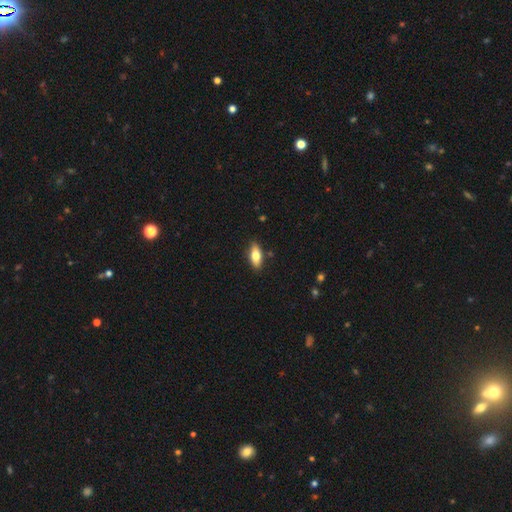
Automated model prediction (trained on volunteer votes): Smooth or featured?
  - smooth: 70% *
  - featured or disk: 24%
  - star or artifact: 6%
How rounded?
  - in between: 77% *
  - cigar-shaped: 20%
  - round: 3%
Merging?
  - none: 86% *
  - minor disturbance: 10%
  - major disturbance: 2%
  - merger: 2%